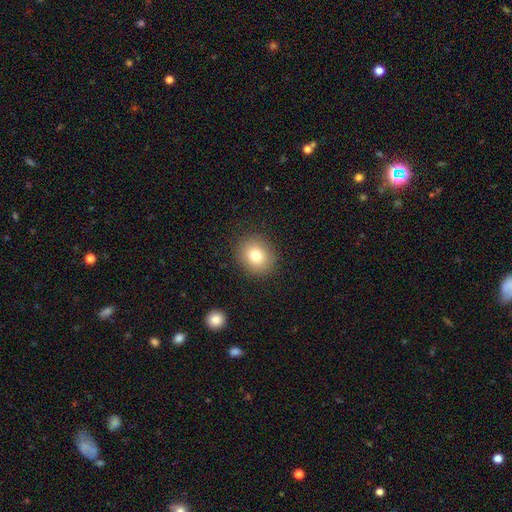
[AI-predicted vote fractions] Smooth or featured: smooth — 79% (star or artifact — 11%)
How rounded: round — 71% (in between — 28%)
Merging: none — 89% (minor disturbance — 8%)